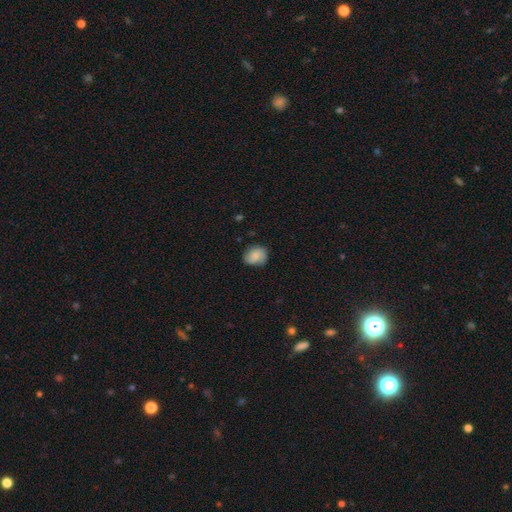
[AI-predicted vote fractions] A smooth galaxy with no disk features (76%) that is round (55%). Merging: none (73%).